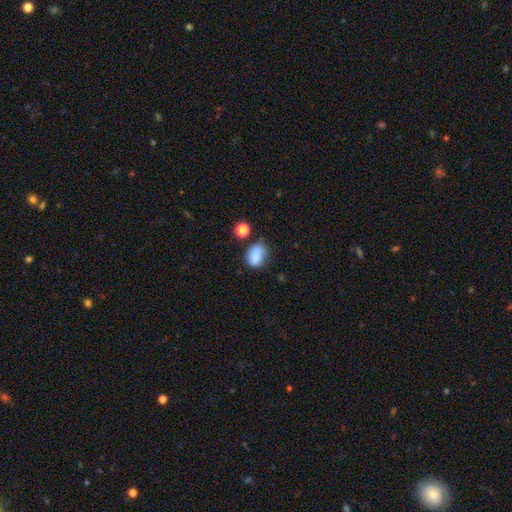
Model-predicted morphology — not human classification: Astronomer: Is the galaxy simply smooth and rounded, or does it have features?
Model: smooth — 76%.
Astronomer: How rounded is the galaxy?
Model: in between — 64%.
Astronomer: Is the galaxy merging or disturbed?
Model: none — 47% (runner-up: minor disturbance, 31%).